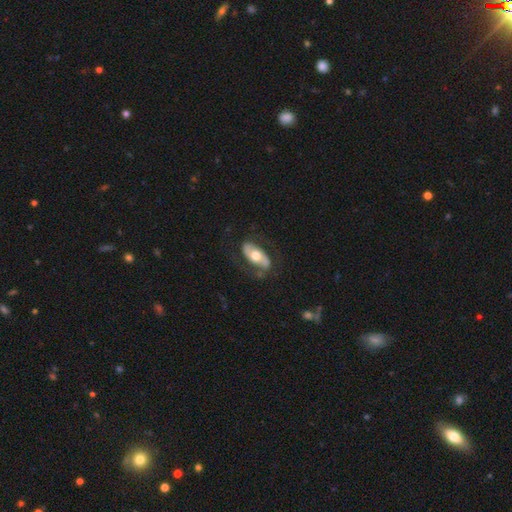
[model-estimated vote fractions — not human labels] smooth_or_featured: featured or disk (p=0.61) [alt: smooth p=0.35]
disk_edge_on: no (p=0.87) [alt: yes p=0.13]
bar: no (p=0.62) [alt: weak p=0.20]
has_spiral_arms: yes (p=0.68) [alt: no p=0.32]
bulge_size: moderate (p=0.70) [alt: large p=0.18]
merging: none (p=0.71) [alt: minor disturbance p=0.17]